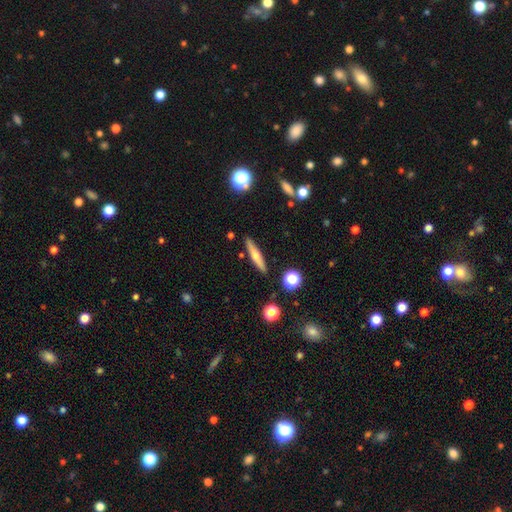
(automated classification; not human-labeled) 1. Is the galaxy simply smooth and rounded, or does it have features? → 47% featured or disk, 45% smooth, 8% star or artifact.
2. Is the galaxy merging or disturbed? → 89% none, 7% minor disturbance, 2% merger, 2% major disturbance.